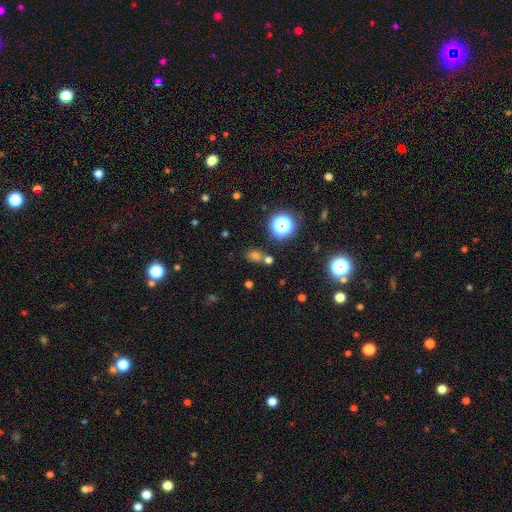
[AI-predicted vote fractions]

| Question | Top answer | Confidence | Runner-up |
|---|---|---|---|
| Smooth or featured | smooth | 50% | star or artifact (42%) |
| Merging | none | 69% | merger (17%) |